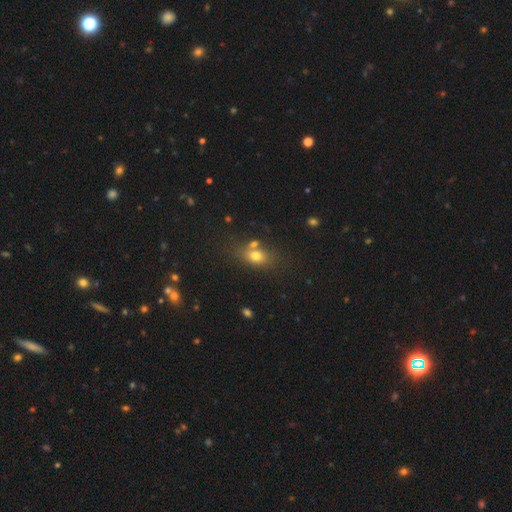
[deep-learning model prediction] Overall: smooth (73%). How rounded: in between (69%). Merging: none (59%; merger 21%).